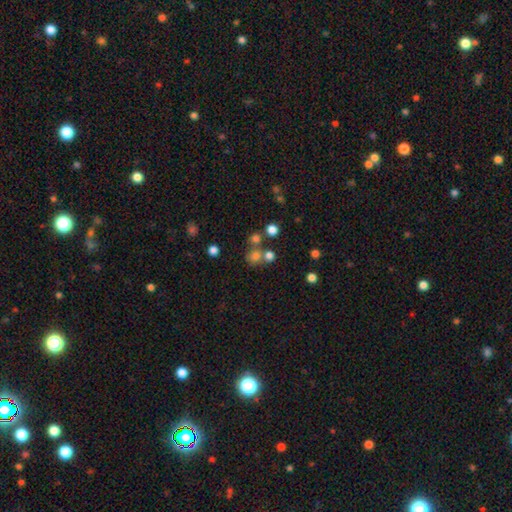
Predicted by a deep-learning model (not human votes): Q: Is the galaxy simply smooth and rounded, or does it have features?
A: smooth — 69%.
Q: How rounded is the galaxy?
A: round — 84%.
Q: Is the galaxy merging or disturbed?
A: none — 57%.